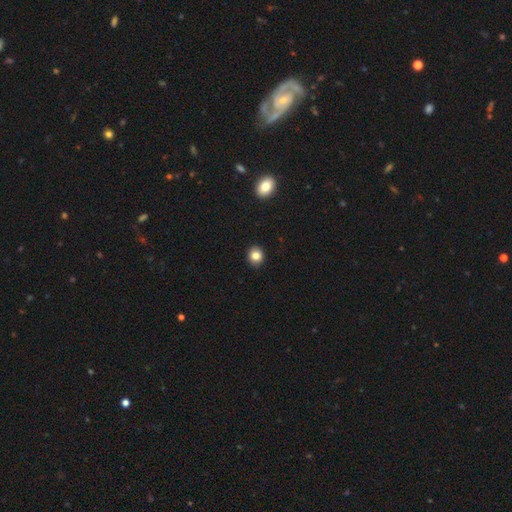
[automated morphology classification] Q: Smooth or featured?
A: smooth (83%); runner-up: star or artifact (11%)
Q: How rounded?
A: round (78%); runner-up: in between (21%)
Q: Merging?
A: none (89%); runner-up: minor disturbance (8%)